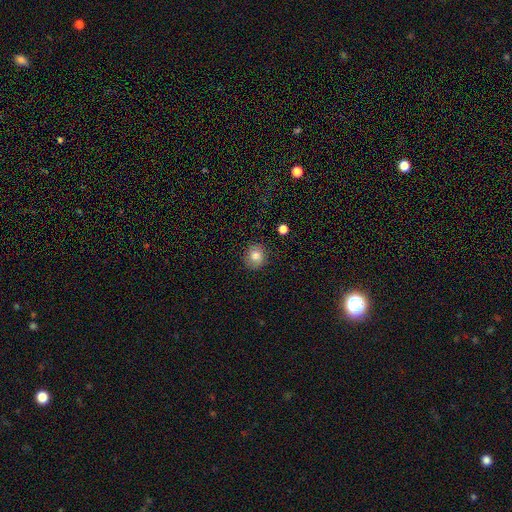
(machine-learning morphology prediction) Smooth or featured?
  - smooth: 82% *
  - star or artifact: 10%
  - featured or disk: 8%
How rounded?
  - round: 84% *
  - in between: 15%
  - cigar-shaped: 1%
Merging?
  - none: 87% *
  - minor disturbance: 10%
  - major disturbance: 2%
  - merger: 1%